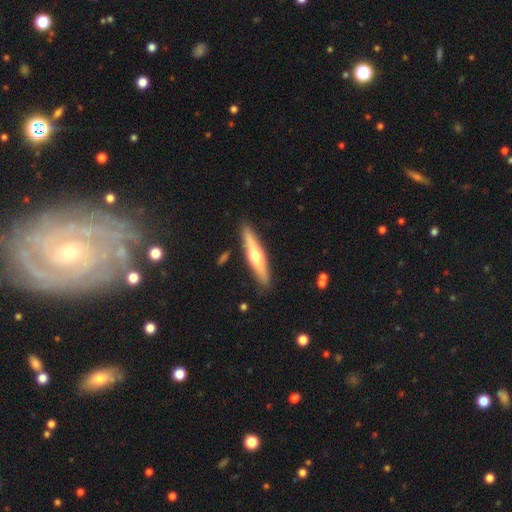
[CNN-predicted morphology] Smooth or featured: featured or disk — 54% (smooth — 41%)
Edge-on disk: yes — 92% (no — 8%)
Merging: none — 88% (minor disturbance — 8%)